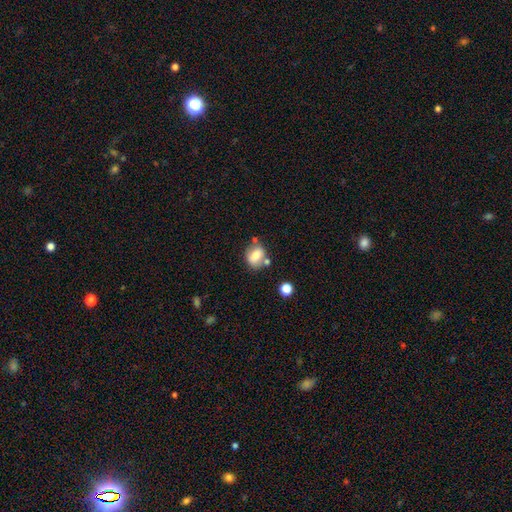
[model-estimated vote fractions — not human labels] Smooth or featured?
  - smooth: 69% *
  - featured or disk: 22%
  - star or artifact: 9%
How rounded?
  - in between: 54% *
  - round: 44%
  - cigar-shaped: 2%
Merging?
  - none: 59% *
  - minor disturbance: 17%
  - merger: 17%
  - major disturbance: 6%